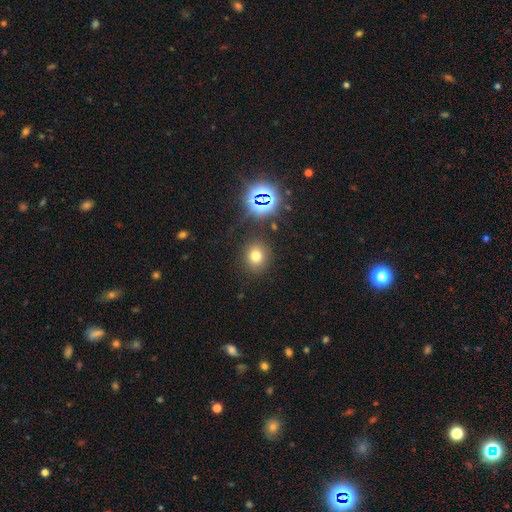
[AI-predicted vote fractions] Overall: smooth (71%). How rounded: round (81%). Merging: none (85%).